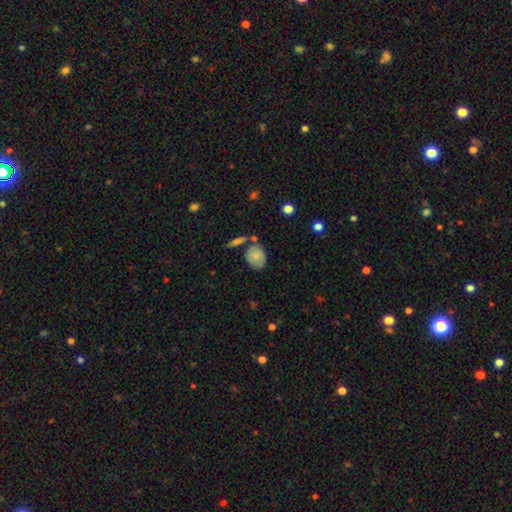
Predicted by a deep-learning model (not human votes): Smooth or featured? smooth (78%)
How rounded? in between (55%)
Merging? none (63%)